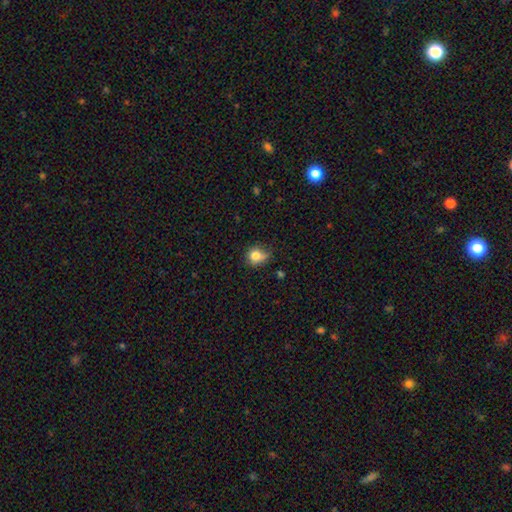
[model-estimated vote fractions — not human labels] Smooth or featured: smooth — 80% (star or artifact — 11%)
How rounded: round — 74% (in between — 25%)
Merging: none — 57% (minor disturbance — 32%)